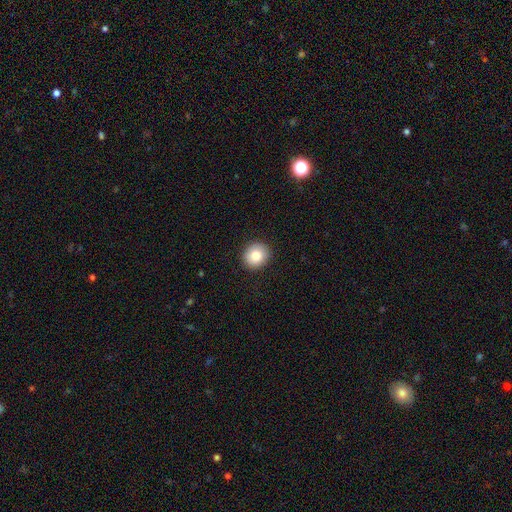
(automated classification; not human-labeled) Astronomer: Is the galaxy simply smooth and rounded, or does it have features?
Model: smooth — 83%.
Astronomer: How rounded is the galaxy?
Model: round — 83%.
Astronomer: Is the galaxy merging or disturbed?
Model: none — 91%.